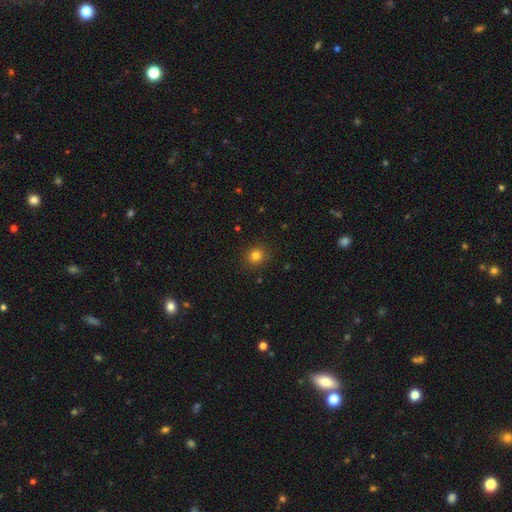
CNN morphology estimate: smooth 81%, star or artifact 13%, featured or disk 6%. Down the decision tree: how rounded — round (86%); merging — none (90%).